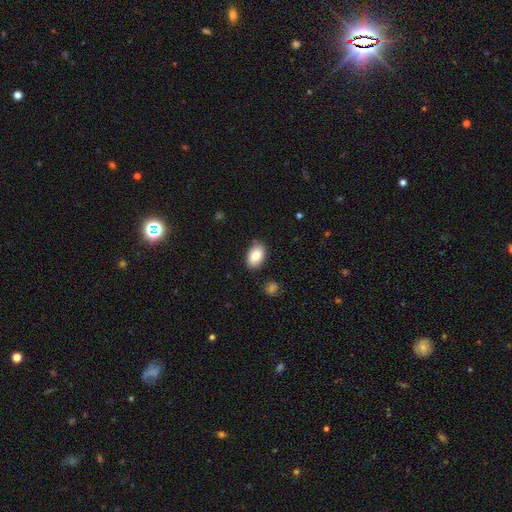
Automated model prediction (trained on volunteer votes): smooth 83%, featured or disk 10%, star or artifact 7%. Down the decision tree: how rounded — in between (88%); merging — none (85%).